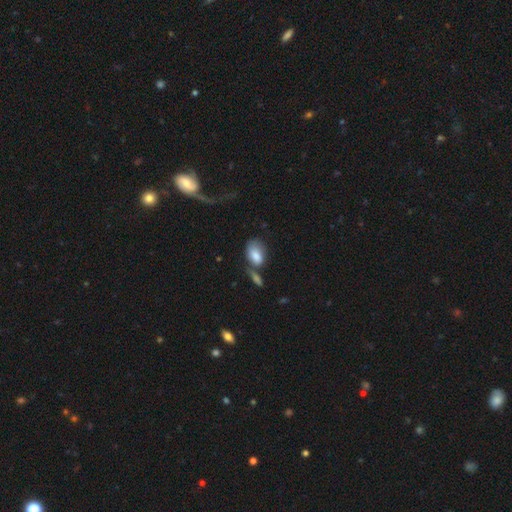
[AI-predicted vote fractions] This appears to be a smooth galaxy with no disk features (80%) that is in between round and cigar-shaped (89%). Merging: none (36%).